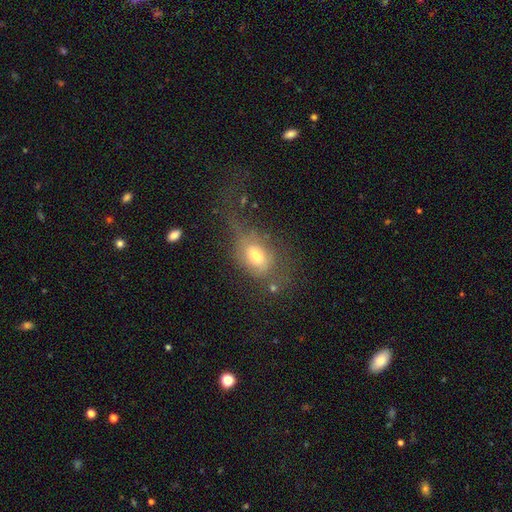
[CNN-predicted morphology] Smooth or featured? Predicted: smooth (p=0.63). How rounded? Predicted: in between (p=0.80). Merging? Predicted: major disturbance (p=0.39).